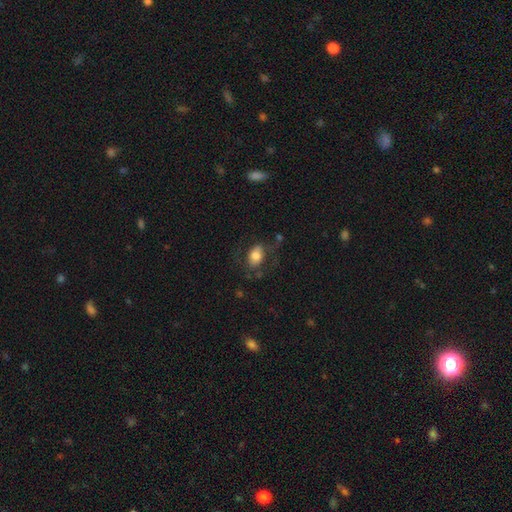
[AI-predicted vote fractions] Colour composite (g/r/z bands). It shows a smooth galaxy with no disk features (70%) that is in between round and cigar-shaped (80%). Merging: none (55%).